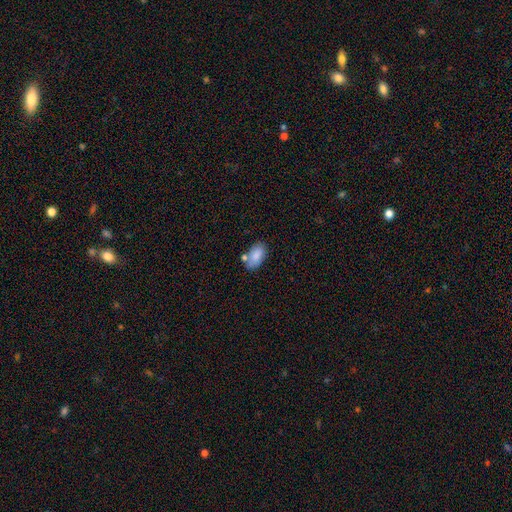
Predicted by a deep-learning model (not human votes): Smooth or featured: smooth — 84% (featured or disk — 9%)
How rounded: in between — 93% (round — 5%)
Merging: none — 61% (minor disturbance — 18%)